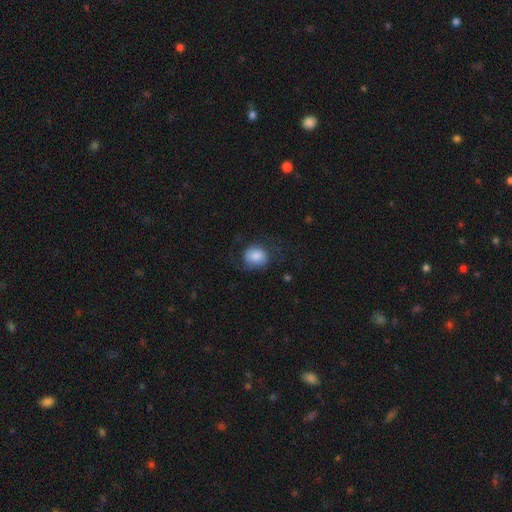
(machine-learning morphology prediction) A smooth galaxy with no disk features (75%) that is round (63%). Merging: none (62%).